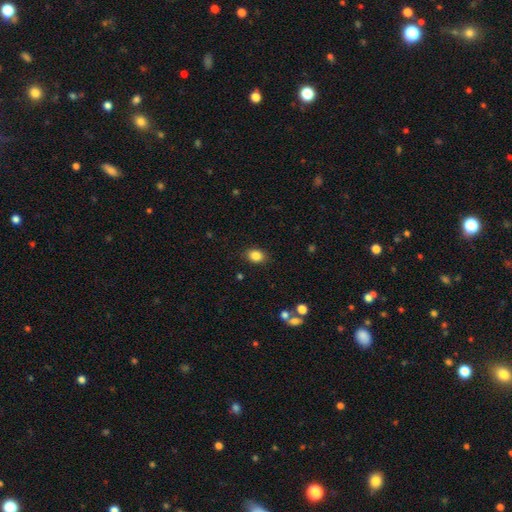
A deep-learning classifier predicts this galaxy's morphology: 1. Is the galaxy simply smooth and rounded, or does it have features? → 85% smooth, 10% star or artifact, 5% featured or disk.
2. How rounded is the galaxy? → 63% in between, 36% round, 1% cigar-shaped.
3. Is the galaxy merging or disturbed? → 86% none, 10% minor disturbance, 3% major disturbance, 1% merger.